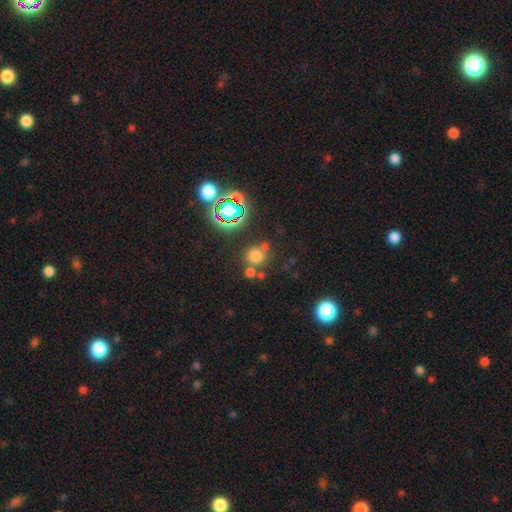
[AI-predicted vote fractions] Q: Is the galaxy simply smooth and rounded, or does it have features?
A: smooth — 68%.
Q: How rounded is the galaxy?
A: round — 89%.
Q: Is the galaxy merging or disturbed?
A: none — 65%.